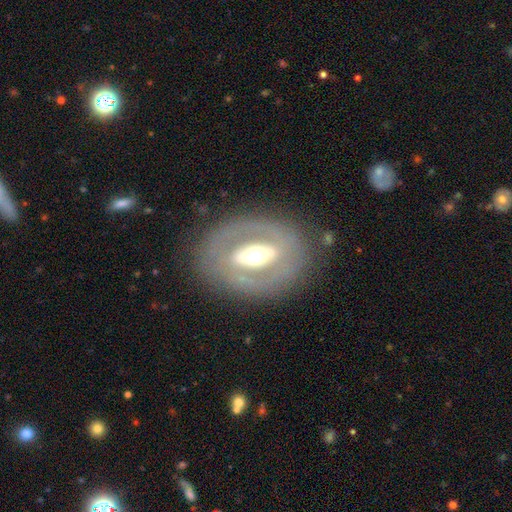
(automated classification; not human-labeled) A featured or disk galaxy (68%) with a strong bar (57%), no spiral arms (77%) and a moderate central bulge (58%). Merging: none (78%).